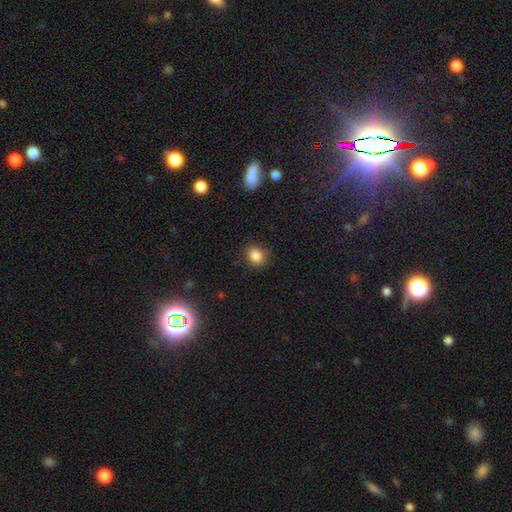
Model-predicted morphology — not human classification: This appears to be a smooth galaxy with no disk features (85%) that is round (63%). Merging: none (85%).